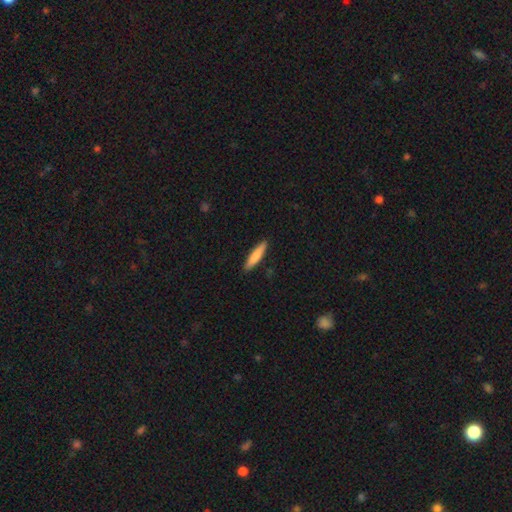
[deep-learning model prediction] Smooth or featured?
  - smooth: 80% *
  - featured or disk: 15%
  - star or artifact: 5%
How rounded?
  - cigar-shaped: 86% *
  - in between: 13%
  - round: 1%
Merging?
  - none: 90% *
  - minor disturbance: 7%
  - major disturbance: 2%
  - merger: 1%